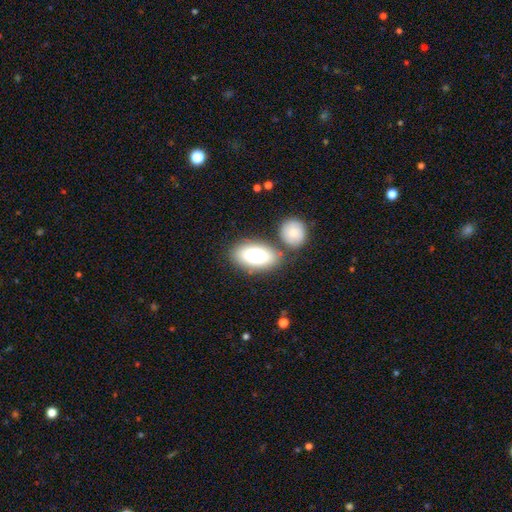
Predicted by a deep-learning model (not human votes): smooth 78%, featured or disk 14%, star or artifact 7%. Down the decision tree: how rounded — in between (91%); merging — none (68%).